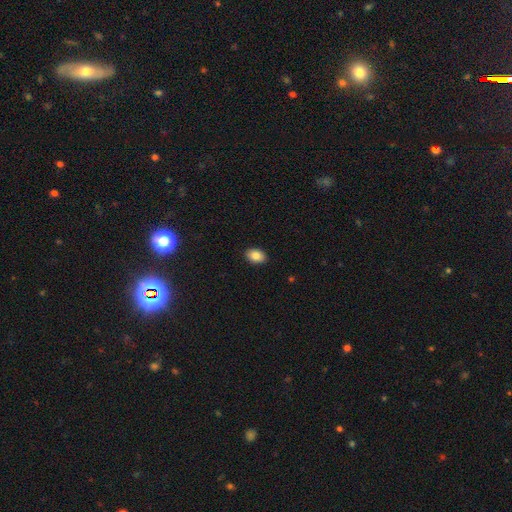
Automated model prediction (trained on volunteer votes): The model was most divided on "how rounded": in between: 83%, round: 15%, cigar-shaped: 1%. More confident: merging — none (90%); smooth or featured — smooth (86%).